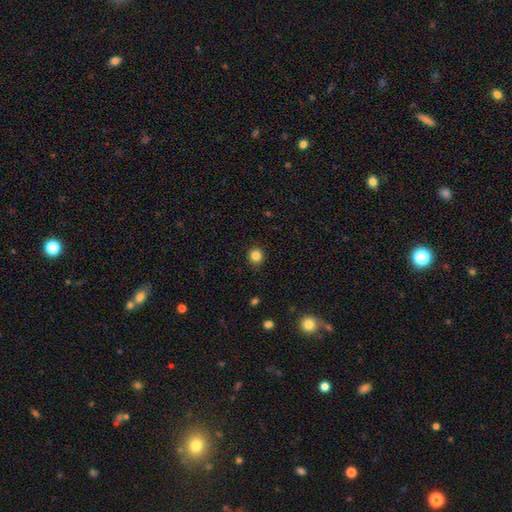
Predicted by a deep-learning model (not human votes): This appears to be a smooth galaxy with no disk features (85%) that is round (91%). Merging: none (91%).